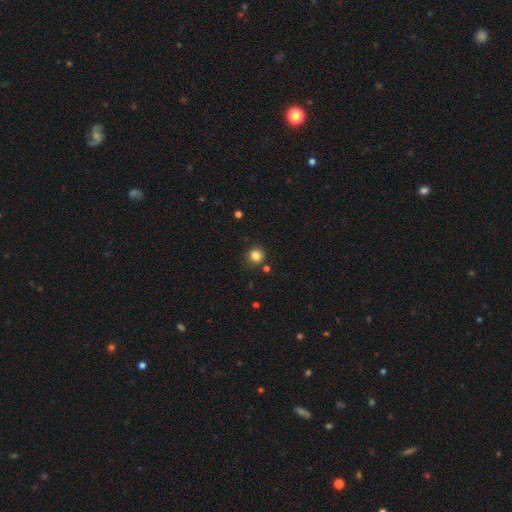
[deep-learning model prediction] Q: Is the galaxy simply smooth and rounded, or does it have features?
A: smooth — 84%.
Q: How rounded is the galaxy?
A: round — 90%.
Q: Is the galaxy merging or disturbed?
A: none — 82%.